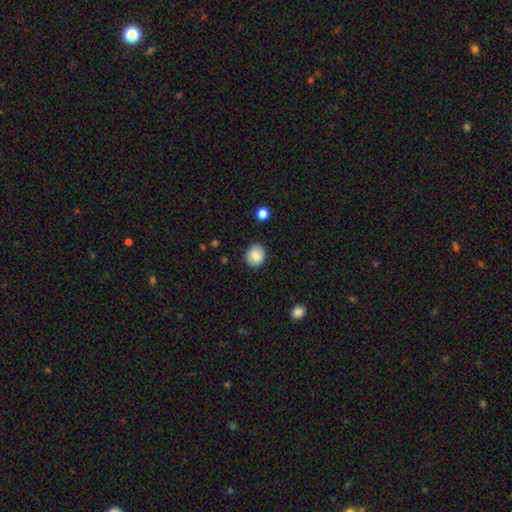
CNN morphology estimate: Smooth or featured? smooth (80%)
How rounded? round (83%)
Merging? none (87%)